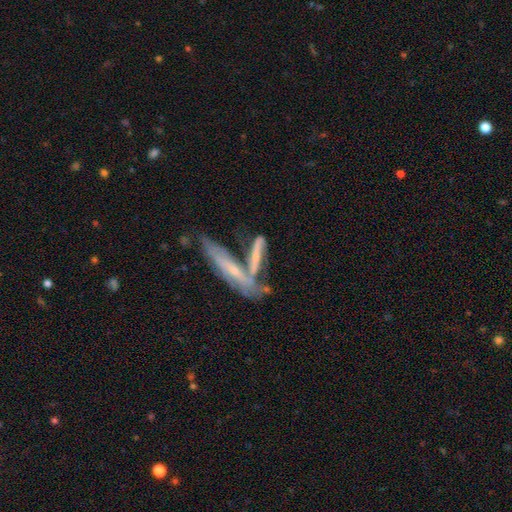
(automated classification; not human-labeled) smooth-or-featured: featured or disk: 62% | smooth: 31% | star or artifact: 8%
  disk-edge-on: yes: 52% | no: 48%
  merging: merger: 55% | none: 24% | minor disturbance: 11% | major disturbance: 10%